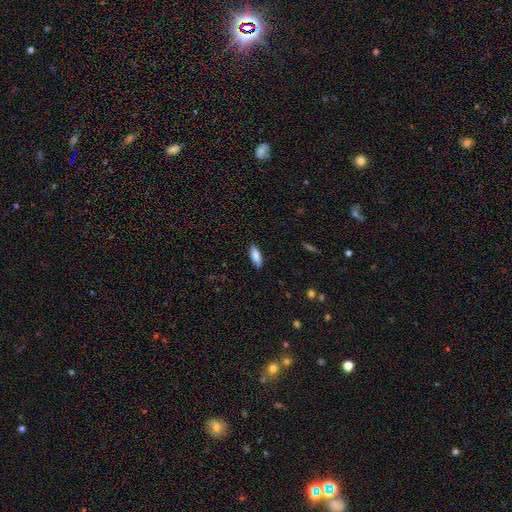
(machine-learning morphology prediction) Smooth or featured: smooth — 85% (featured or disk — 9%)
How rounded: in between — 76% (cigar-shaped — 22%)
Merging: none — 85% (minor disturbance — 11%)